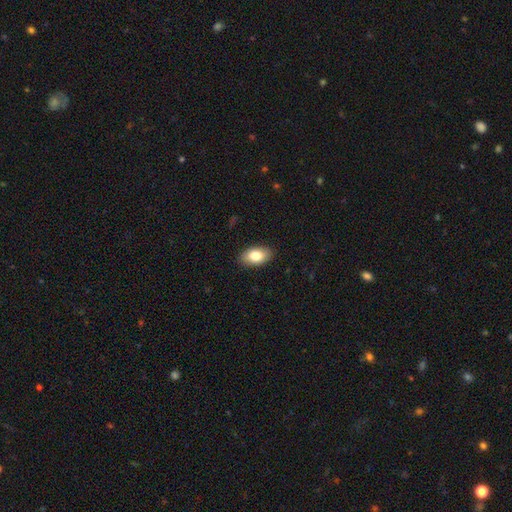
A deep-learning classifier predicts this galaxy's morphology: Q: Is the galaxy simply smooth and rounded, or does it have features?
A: smooth — 82%.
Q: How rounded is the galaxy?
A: in between — 93%.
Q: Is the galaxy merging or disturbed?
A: none — 88%.